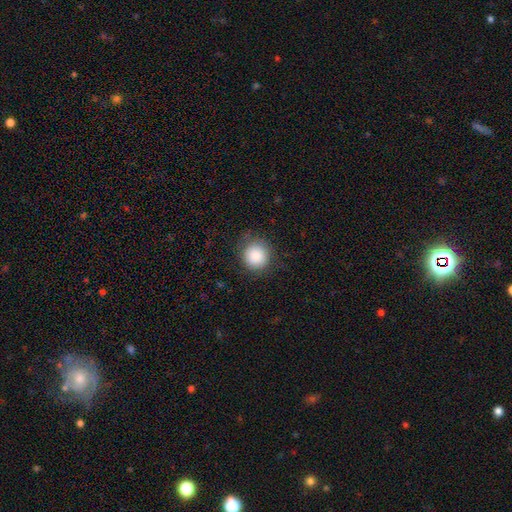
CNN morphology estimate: This appears to be a smooth galaxy with no disk features (86%) that is round (91%). Merging: none (81%).